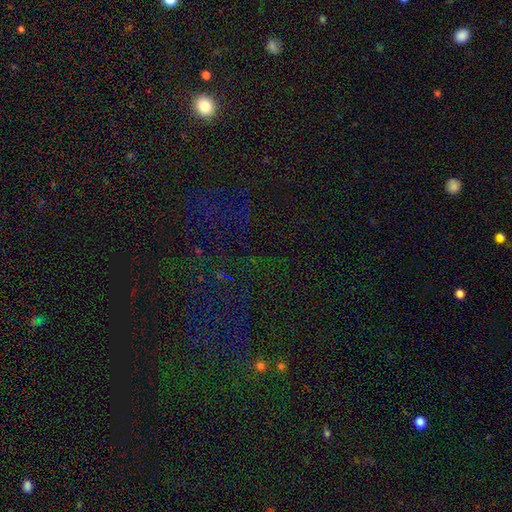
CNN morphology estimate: smooth-or-featured: star or artifact: 71% | smooth: 18% | featured or disk: 11%